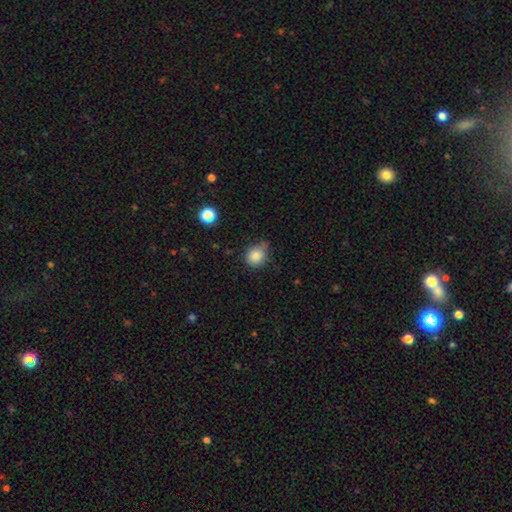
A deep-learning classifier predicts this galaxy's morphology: smooth 84%, star or artifact 11%, featured or disk 5%. Down the decision tree: how rounded — round (76%); merging — none (54%).